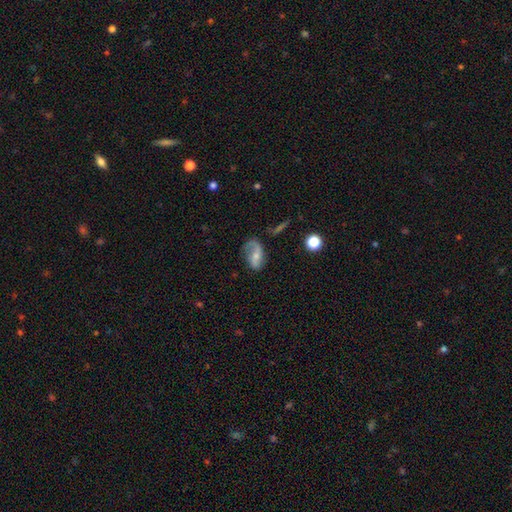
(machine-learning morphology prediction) Q: Smooth or featured?
A: featured or disk (54%); runner-up: smooth (38%)
Q: Edge-on disk?
A: no (95%); runner-up: yes (5%)
Q: Bar?
A: no (51%); runner-up: weak (34%)
Q: Spiral arms?
A: yes (82%); runner-up: no (18%)
Q: Bulge size?
A: small (50%); runner-up: moderate (37%)
Q: Merging?
A: none (46%); runner-up: minor disturbance (26%)